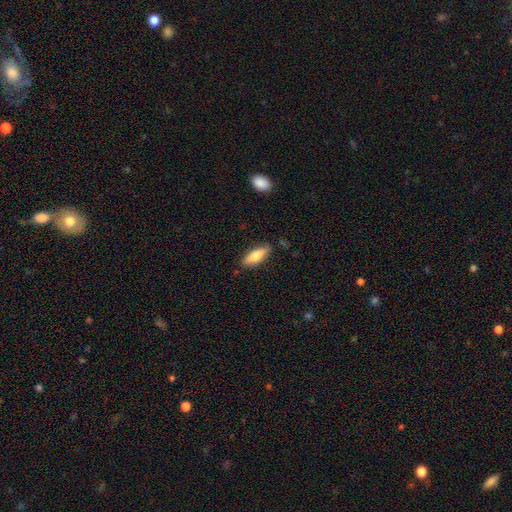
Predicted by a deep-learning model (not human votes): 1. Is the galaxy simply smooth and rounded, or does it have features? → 76% smooth, 18% featured or disk, 6% star or artifact.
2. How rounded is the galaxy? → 68% in between, 29% cigar-shaped, 2% round.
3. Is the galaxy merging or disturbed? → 82% none, 14% minor disturbance, 3% major disturbance, 2% merger.